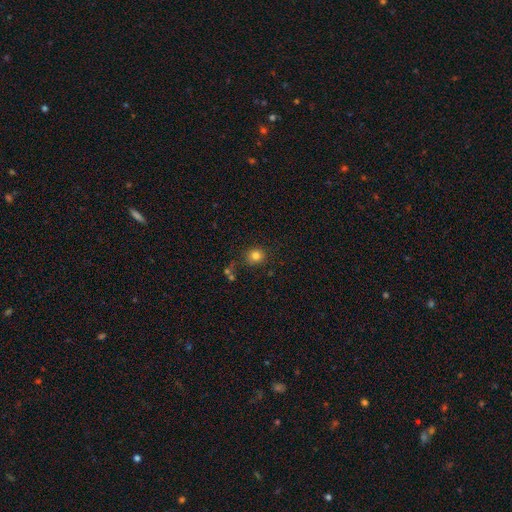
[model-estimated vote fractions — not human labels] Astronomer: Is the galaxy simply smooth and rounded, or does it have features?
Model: smooth — 81%.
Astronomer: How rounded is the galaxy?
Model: round — 82%.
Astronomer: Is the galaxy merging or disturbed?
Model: none — 79%.